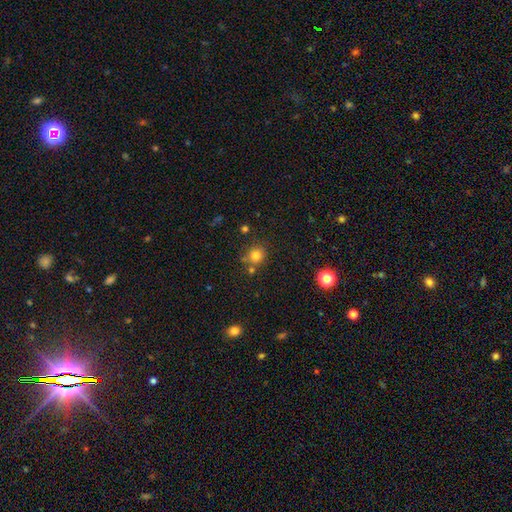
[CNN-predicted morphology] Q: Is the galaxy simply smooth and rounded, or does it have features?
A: smooth — 78%.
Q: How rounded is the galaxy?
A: round — 87%.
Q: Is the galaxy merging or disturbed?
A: none — 69%.